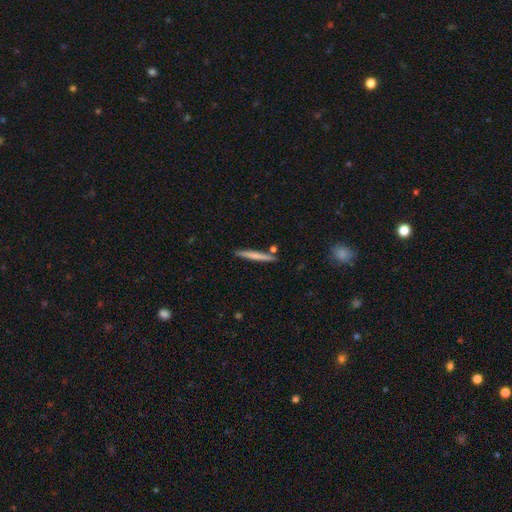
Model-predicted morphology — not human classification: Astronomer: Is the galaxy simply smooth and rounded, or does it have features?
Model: smooth — 64%.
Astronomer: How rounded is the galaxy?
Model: cigar-shaped — 96%.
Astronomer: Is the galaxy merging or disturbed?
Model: none — 86%.